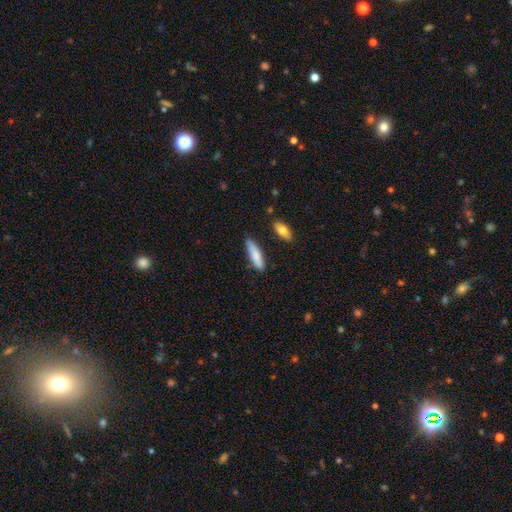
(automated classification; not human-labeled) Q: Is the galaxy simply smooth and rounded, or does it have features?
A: smooth — 83%.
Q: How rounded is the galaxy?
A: cigar-shaped — 68%.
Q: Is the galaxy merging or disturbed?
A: none — 80%.